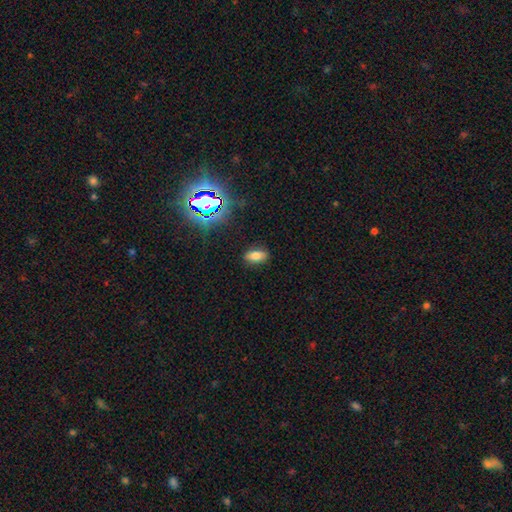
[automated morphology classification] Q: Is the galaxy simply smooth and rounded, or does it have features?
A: smooth — 73%.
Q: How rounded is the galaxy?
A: in between — 86%.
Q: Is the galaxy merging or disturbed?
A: none — 88%.